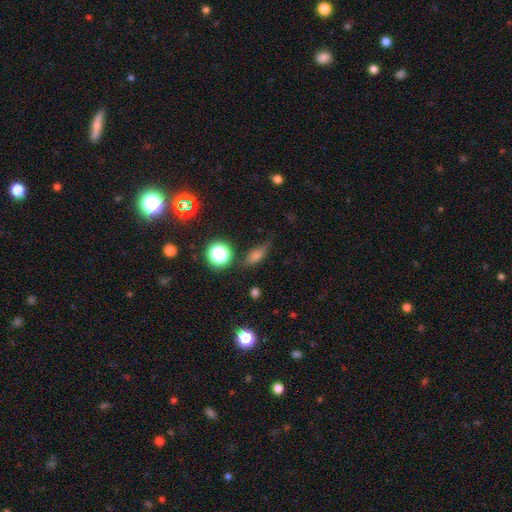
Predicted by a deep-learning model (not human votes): smooth_or_featured: smooth (p=0.55) [alt: star or artifact p=0.24]
how_rounded: in between (p=0.50) [alt: cigar-shaped p=0.32]
merging: none (p=0.74) [alt: minor disturbance p=0.17]